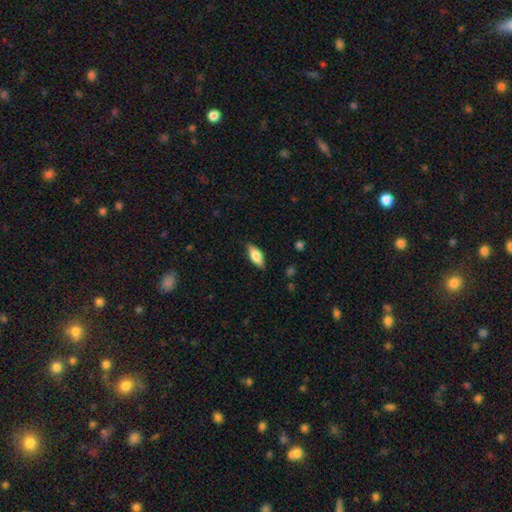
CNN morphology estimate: A smooth galaxy with no disk features (71%) that is in between round and cigar-shaped (77%). Merging: none (85%).